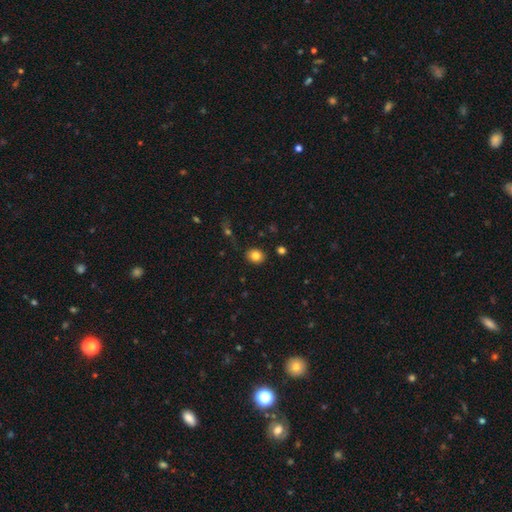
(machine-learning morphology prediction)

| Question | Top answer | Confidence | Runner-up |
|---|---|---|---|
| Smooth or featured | smooth | 82% | star or artifact (10%) |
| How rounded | round | 61% | in between (38%) |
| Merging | none | 87% | minor disturbance (8%) |